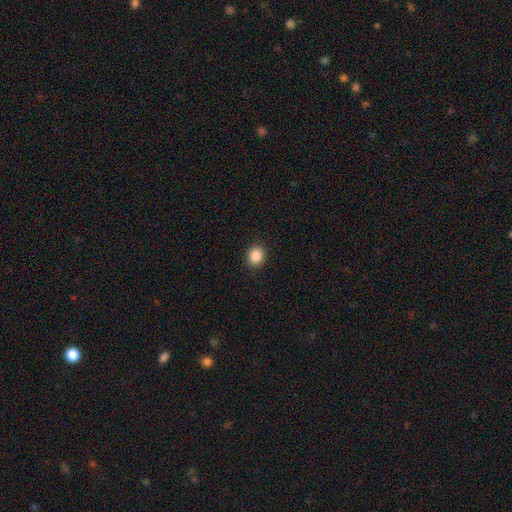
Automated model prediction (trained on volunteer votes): smooth 87%, star or artifact 9%, featured or disk 3%. Down the decision tree: how rounded — round (69%); merging — none (91%).